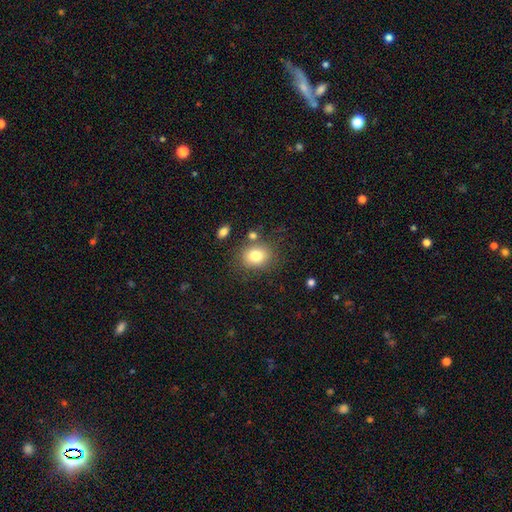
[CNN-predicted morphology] A smooth galaxy with no disk features (80%) that is round (58%).

Vote fractions:
- Smooth or featured? smooth: 80% / star or artifact: 10% / featured or disk: 10%
- How rounded? round: 58% / in between: 41% / cigar-shaped: 1%
- Merging? none: 76% / minor disturbance: 12% / merger: 8% / major disturbance: 4%